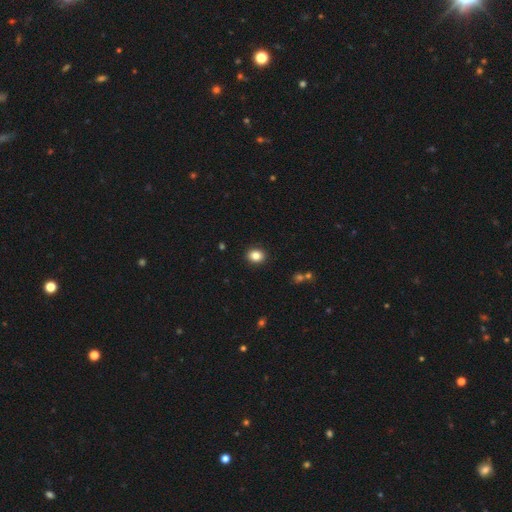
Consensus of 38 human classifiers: This appears to be a smooth galaxy with no disk features (76%) that is round (69%). Merging: none (94%).